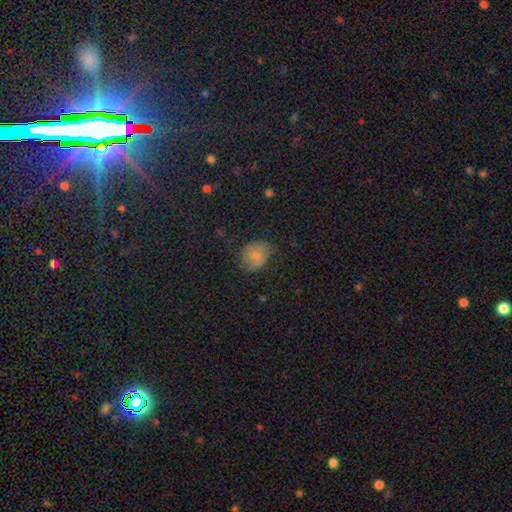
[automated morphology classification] A smooth galaxy with no disk features (61%) that is round (60%). Merging: none (63%).